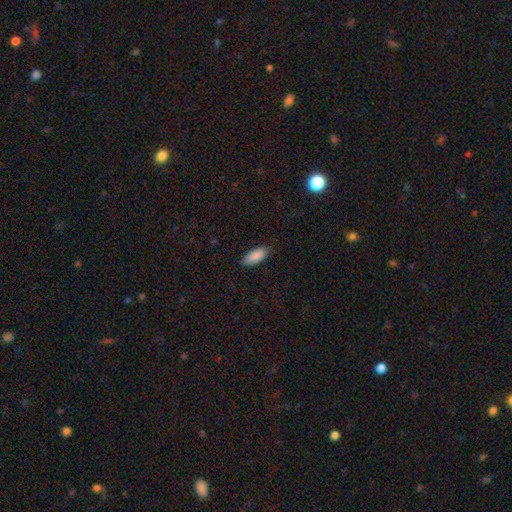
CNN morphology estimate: This appears to be a smooth galaxy with no disk features (89%) that is in between round and cigar-shaped (84%). Merging: none (86%).